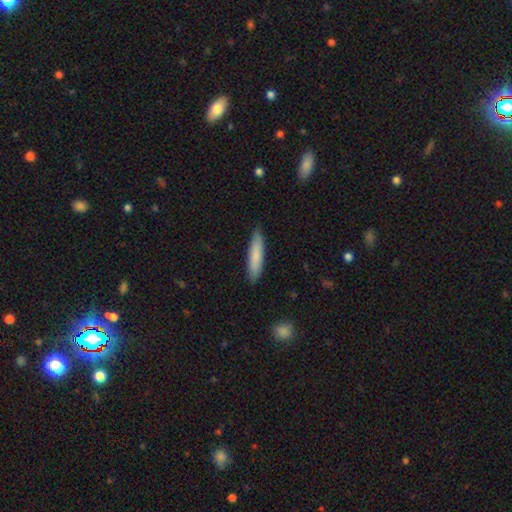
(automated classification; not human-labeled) A smooth galaxy with no disk features (82%) that is cigar-shaped (82%). Merging: none (88%).